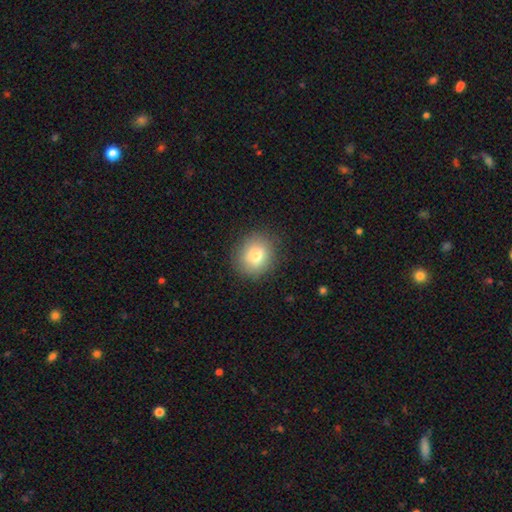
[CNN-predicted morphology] Smooth or featured? Predicted: smooth (p=0.79). How rounded? Predicted: round (p=0.83). Merging? Predicted: none (p=0.87).